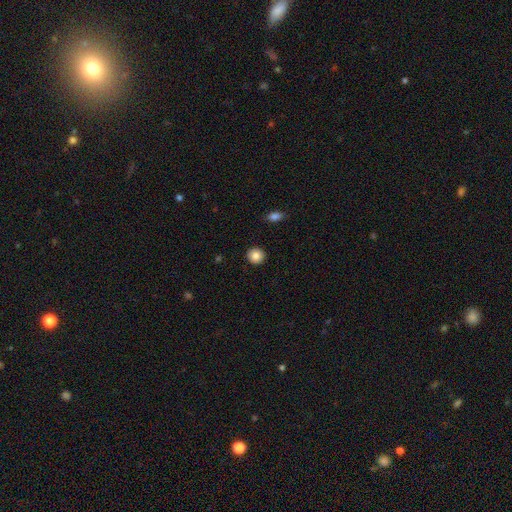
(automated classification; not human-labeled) Q: Smooth or featured?
A: smooth (85%); runner-up: star or artifact (9%)
Q: How rounded?
A: round (92%); runner-up: in between (7%)
Q: Merging?
A: none (92%); runner-up: minor disturbance (5%)